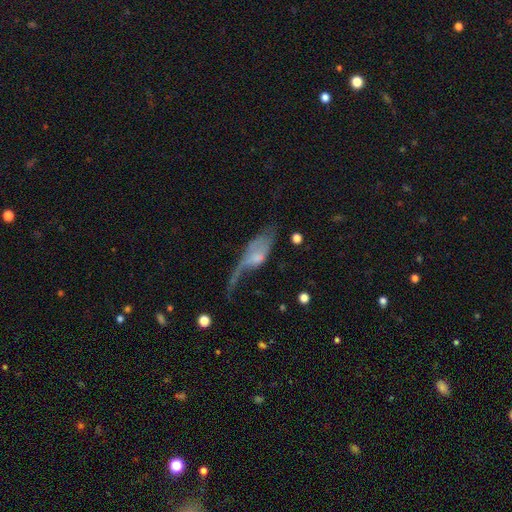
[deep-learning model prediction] This is possibly a featured or disk galaxy (58%). It is clearly not viewed edge-on (83%). Merging: possibly major disturbance (54%).